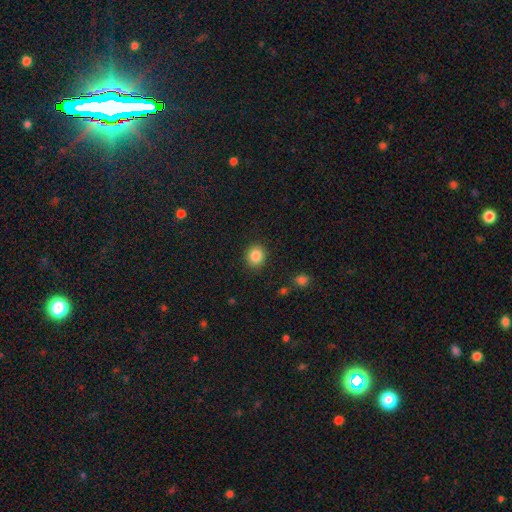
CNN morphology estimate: smooth-or-featured: smooth: 85% | star or artifact: 10% | featured or disk: 5%
  how-rounded: round: 79% | in between: 20% | cigar-shaped: 1%
  merging: none: 89% | minor disturbance: 7% | major disturbance: 2% | merger: 1%